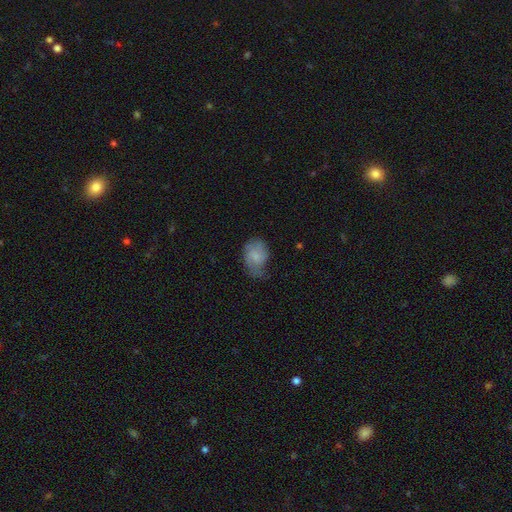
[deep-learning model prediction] Smooth or featured?
  - smooth: 60% *
  - featured or disk: 32%
  - star or artifact: 8%
How rounded?
  - in between: 77% *
  - round: 22%
  - cigar-shaped: 1%
Merging?
  - none: 43% *
  - minor disturbance: 37%
  - major disturbance: 18%
  - merger: 2%